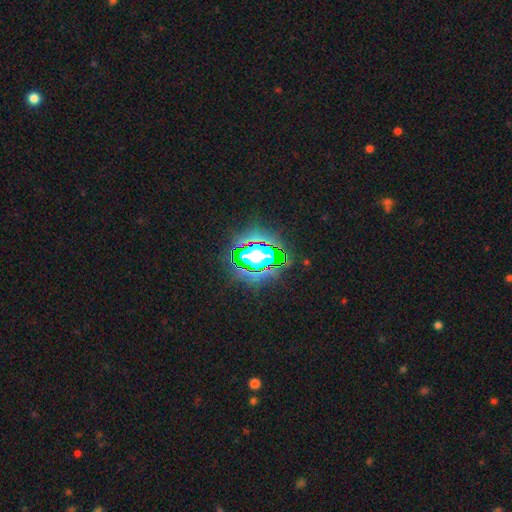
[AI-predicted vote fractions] star or artifact 67%, smooth 20%, featured or disk 13%.